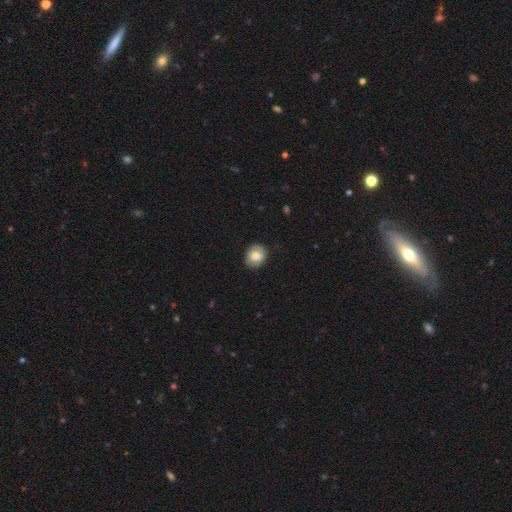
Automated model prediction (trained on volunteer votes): Overall: smooth (77%). How rounded: round (66%; in between 34%). Merging: none (86%).